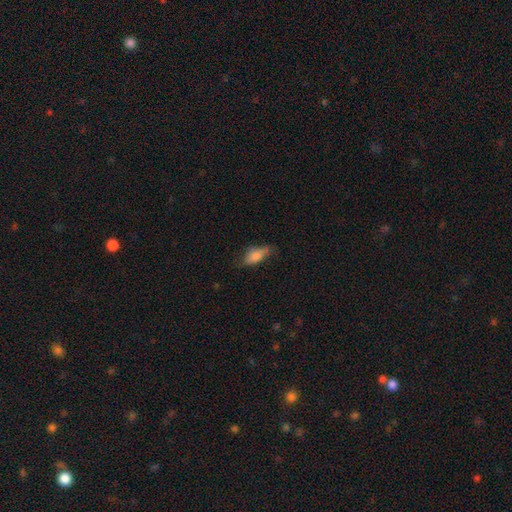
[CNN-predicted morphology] Smooth or featured?
  - smooth: 70% *
  - featured or disk: 22%
  - star or artifact: 8%
How rounded?
  - in between: 78% *
  - cigar-shaped: 18%
  - round: 4%
Merging?
  - none: 59% *
  - minor disturbance: 30%
  - major disturbance: 10%
  - merger: 2%